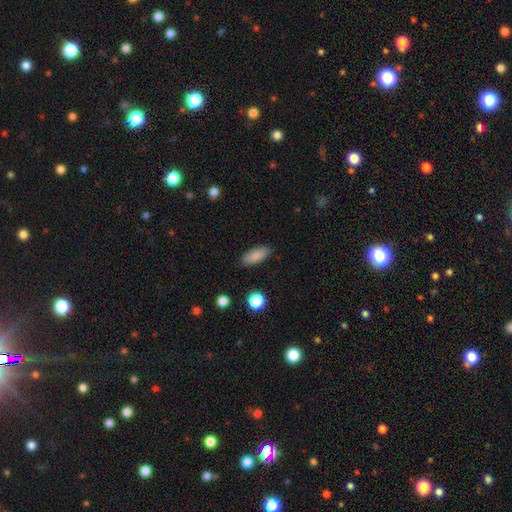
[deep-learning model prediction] This is clearly a smooth galaxy (87%). How rounded: likely in between (77%). Merging: clearly none (87%).